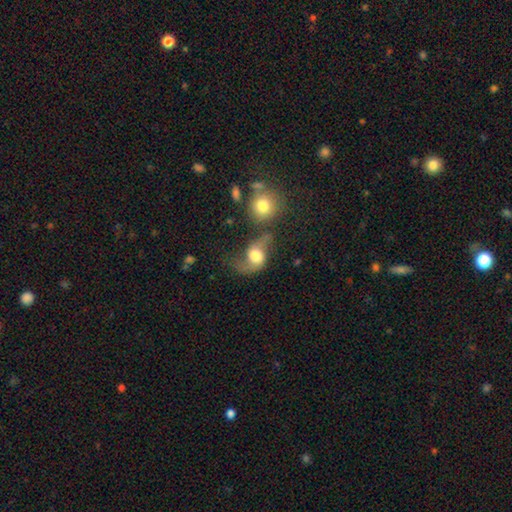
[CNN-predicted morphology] Smooth or featured?
  - featured or disk: 57% *
  - smooth: 34%
  - star or artifact: 9%
Edge-on disk?
  - no: 95% *
  - yes: 5%
Bar?
  - no: 64% *
  - weak: 29%
  - strong: 7%
Spiral arms?
  - yes: 84% *
  - no: 16%
Bulge size?
  - large: 46% *
  - moderate: 39%
  - dominant: 8%
  - small: 5%
  - none: 2%
Merging?
  - none: 35% *
  - major disturbance: 26%
  - merger: 20%
  - minor disturbance: 19%